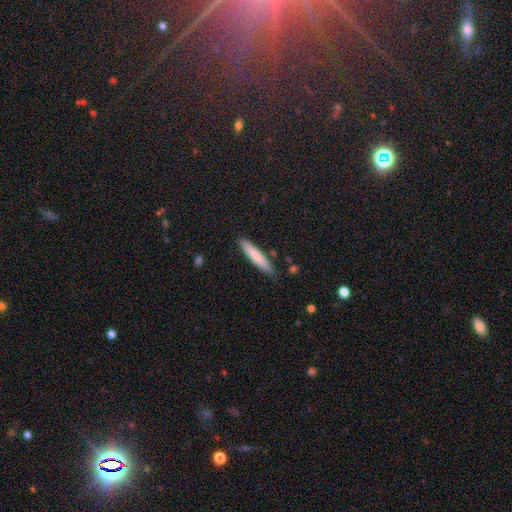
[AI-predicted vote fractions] Q: Smooth or featured?
A: smooth (77%); runner-up: featured or disk (17%)
Q: How rounded?
A: cigar-shaped (89%); runner-up: in between (9%)
Q: Merging?
A: none (85%); runner-up: minor disturbance (12%)